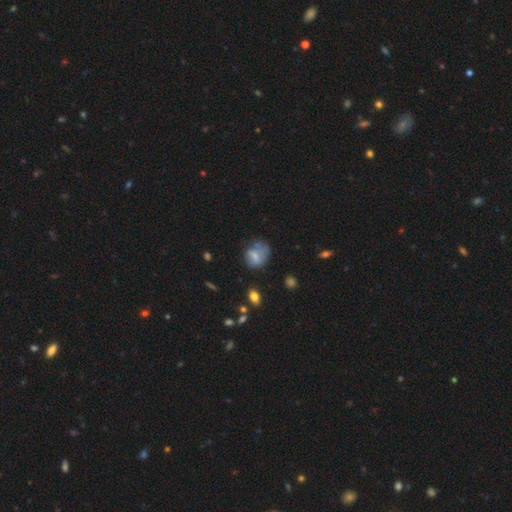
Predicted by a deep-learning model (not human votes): Q: Smooth or featured?
A: smooth (63%); runner-up: featured or disk (26%)
Q: How rounded?
A: in between (54%); runner-up: round (44%)
Q: Merging?
A: none (39%); runner-up: minor disturbance (31%)